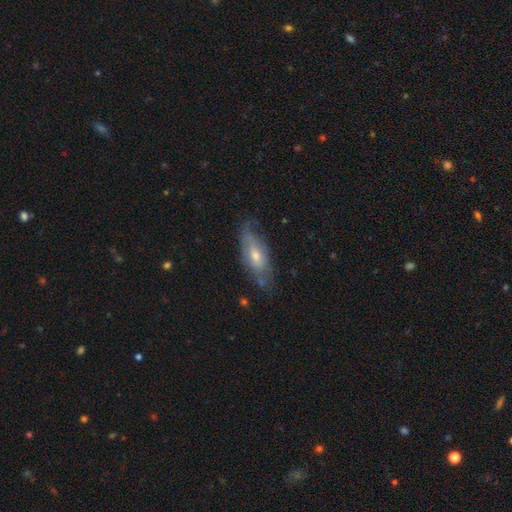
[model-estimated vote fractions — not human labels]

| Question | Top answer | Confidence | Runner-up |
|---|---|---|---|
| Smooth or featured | featured or disk | 49% | smooth (44%) |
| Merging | none | 64% | minor disturbance (26%) |